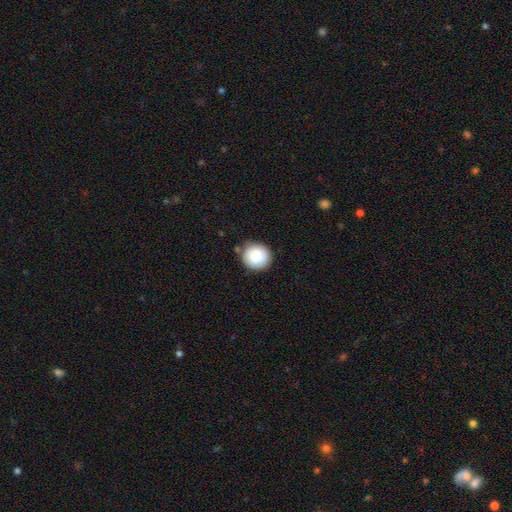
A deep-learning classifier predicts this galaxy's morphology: This appears to be a smooth galaxy with no disk features (88%) that is round (88%). Merging: none (83%).